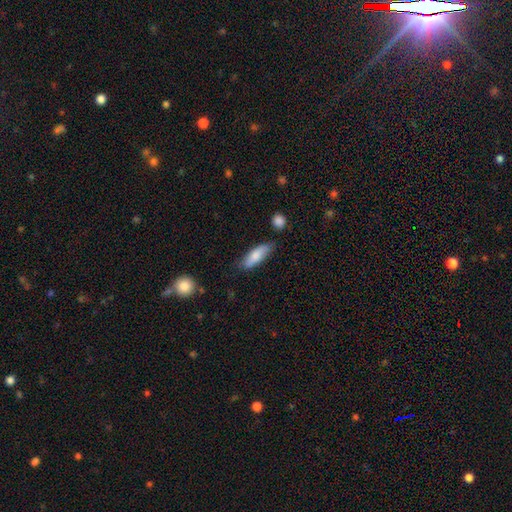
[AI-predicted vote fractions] smooth 78%, featured or disk 16%, star or artifact 6%. Down the decision tree: how rounded — in between (54%); merging — none (70%).